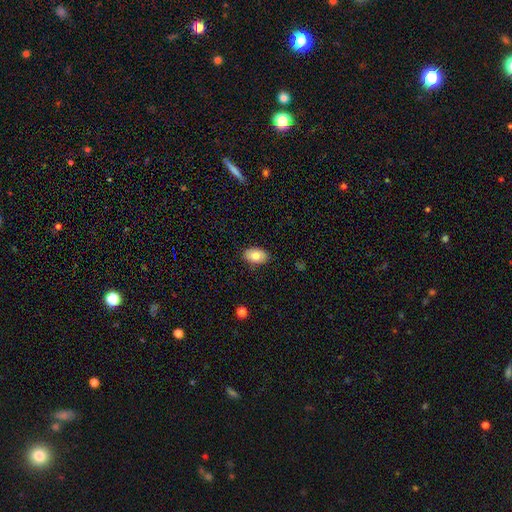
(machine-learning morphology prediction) The model was most divided on "smooth or featured": smooth: 82%, featured or disk: 11%, star or artifact: 7%. More confident: how rounded — in between (91%); merging — none (86%).